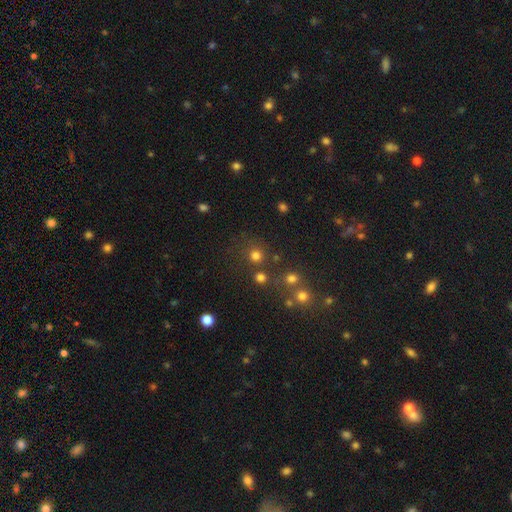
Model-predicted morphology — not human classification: The model was most divided on "smooth or featured": smooth: 75%, star or artifact: 19%, featured or disk: 6%. More confident: how rounded — round (92%); merging — none (77%).